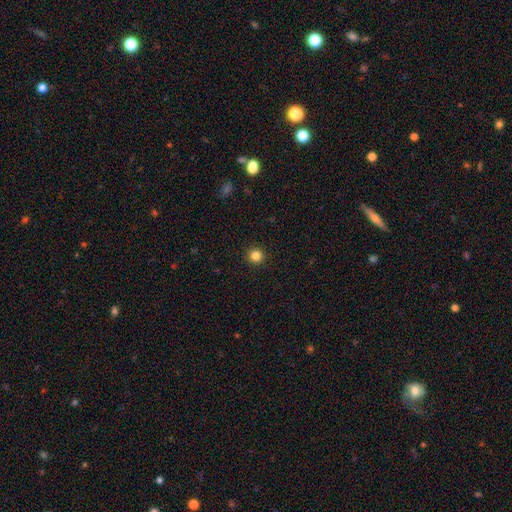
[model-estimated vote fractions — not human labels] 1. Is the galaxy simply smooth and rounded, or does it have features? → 84% smooth, 12% star or artifact, 4% featured or disk.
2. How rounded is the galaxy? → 95% round, 4% in between, 1% cigar-shaped.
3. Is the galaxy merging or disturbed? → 93% none, 4% minor disturbance, 2% major disturbance, 1% merger.